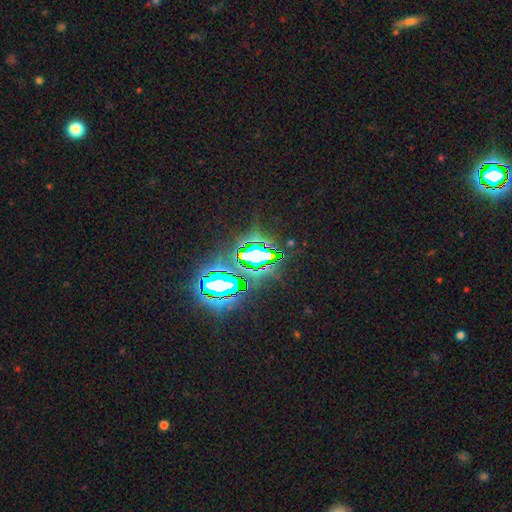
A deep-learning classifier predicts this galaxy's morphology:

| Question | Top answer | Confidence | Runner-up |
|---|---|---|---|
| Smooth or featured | star or artifact | 75% | smooth (13%) |